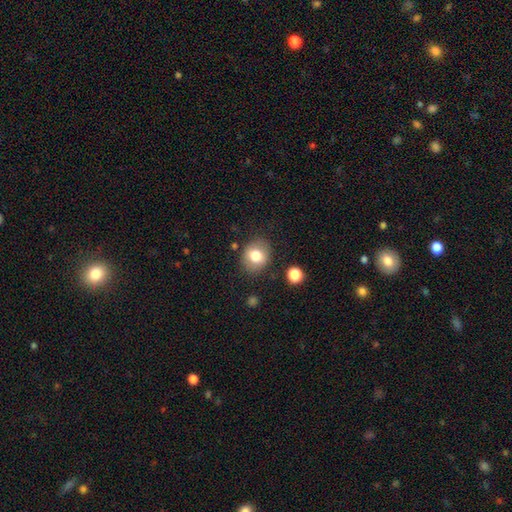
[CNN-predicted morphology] The model was most divided on "how rounded": round: 62%, in between: 37%, cigar-shaped: 1%. More confident: merging — none (81%); smooth or featured — smooth (77%).